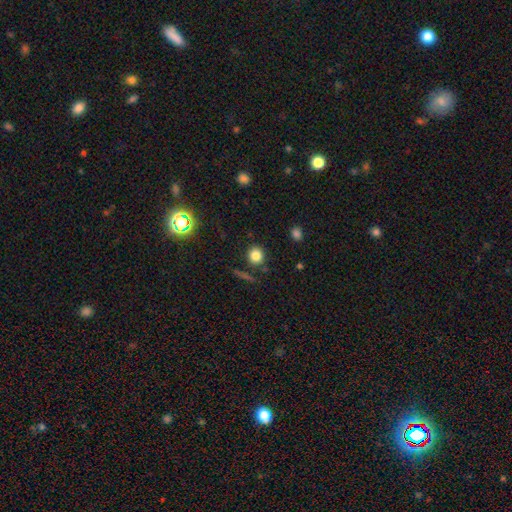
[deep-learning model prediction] smooth 80%, star or artifact 14%, featured or disk 6%. Down the decision tree: how rounded — round (85%); merging — none (84%).